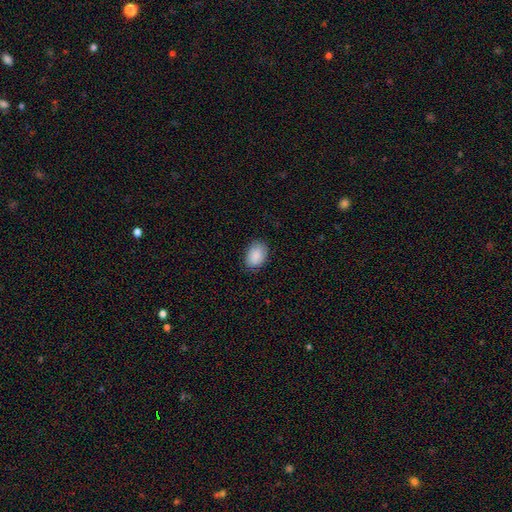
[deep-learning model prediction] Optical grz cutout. It shows a smooth galaxy with no disk features (89%) that is in between round and cigar-shaped (83%). Merging: none (83%).